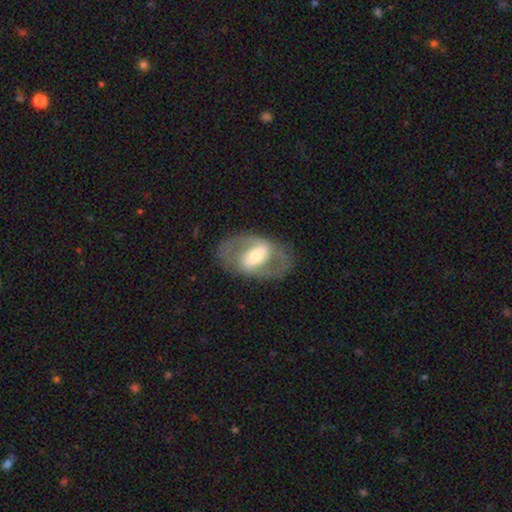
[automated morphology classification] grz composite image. It shows a featured or disk galaxy (70%) with a strong bar (51%), no spiral arms (50%, tied with yes) and a moderate central bulge (56%). Merging: none (75%).